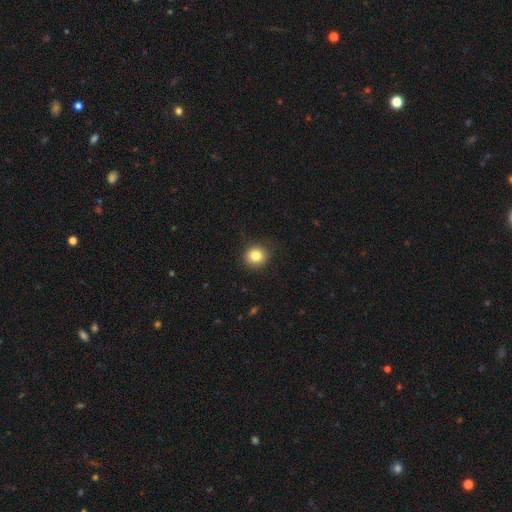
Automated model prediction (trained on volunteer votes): smooth 83%, star or artifact 11%, featured or disk 6%. Down the decision tree: how rounded — round (90%); merging — none (87%).